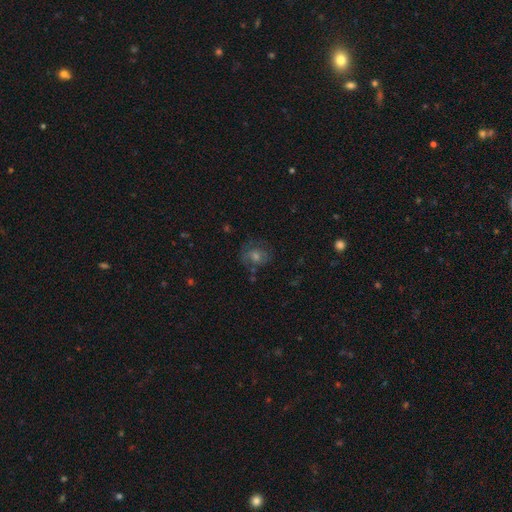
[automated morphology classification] smooth-or-featured: featured or disk: 43% | smooth: 36% | star or artifact: 22%
  merging: none: 69% | minor disturbance: 18% | major disturbance: 10% | merger: 3%